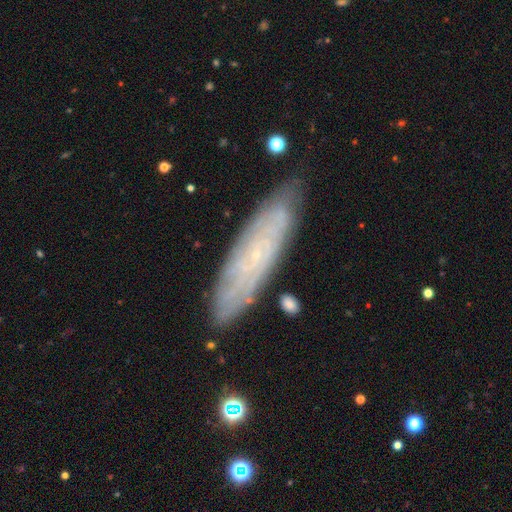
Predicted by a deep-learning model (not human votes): smooth-or-featured: featured or disk: 64% | smooth: 27% | star or artifact: 8%
  disk-edge-on: no: 70% | yes: 30%
  merging: none: 82% | minor disturbance: 13% | major disturbance: 3% | merger: 2%